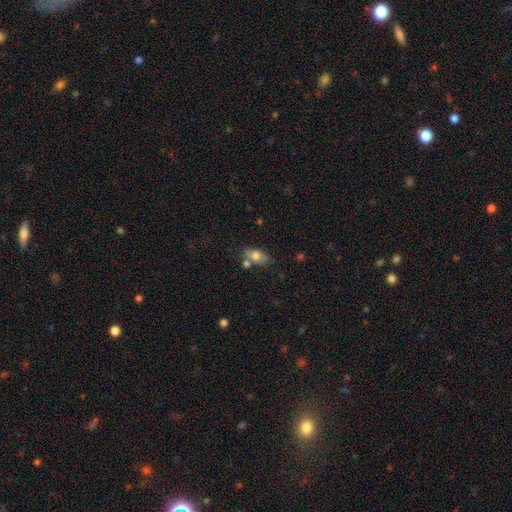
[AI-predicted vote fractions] A smooth galaxy with no disk features (68%) that is in between round and cigar-shaped (86%). Merging: none (58%).